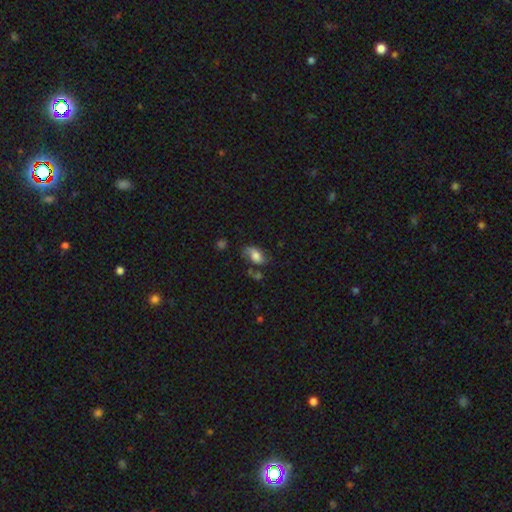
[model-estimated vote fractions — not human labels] Morphology: type=smooth (62%); roundness=in between (89%); merging=none (47%).